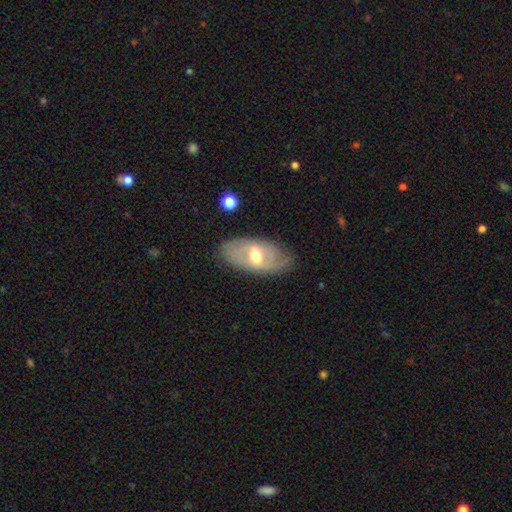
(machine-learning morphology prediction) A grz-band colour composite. It shows a featured or disk galaxy (65%) with a weak bar (51%), spiral arms (62%) and a moderate central bulge (72%). Merging: none (77%).